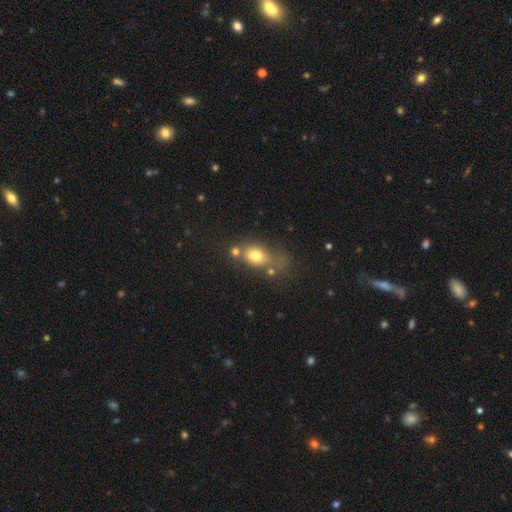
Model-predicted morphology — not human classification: Smooth or featured: smooth — 74% (featured or disk — 14%)
How rounded: in between — 61% (round — 37%)
Merging: none — 41% (merger — 25%)